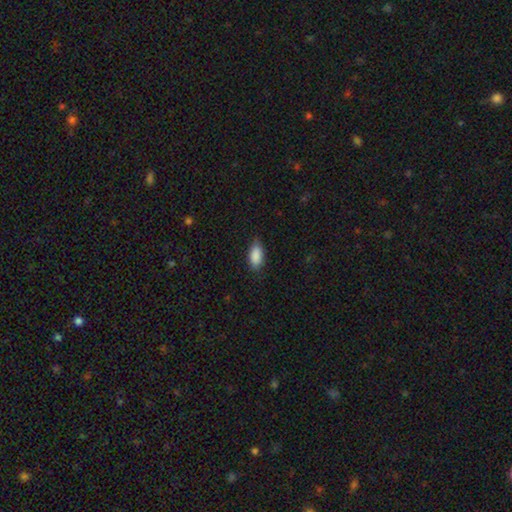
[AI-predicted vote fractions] A smooth galaxy with no disk features (88%) that is in between round and cigar-shaped (90%). Merging: none (77%).